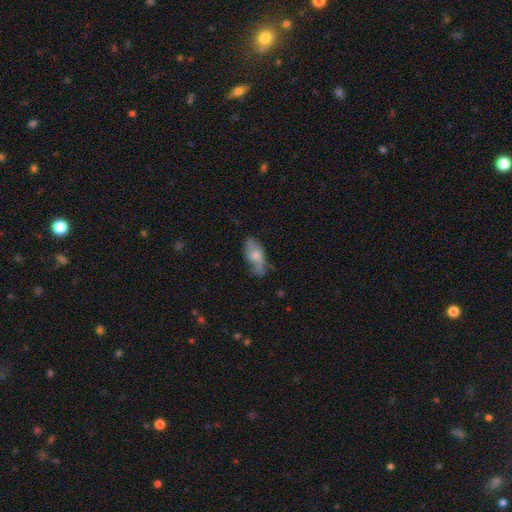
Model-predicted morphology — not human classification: Smooth or featured? smooth (59%)
How rounded? in between (87%)
Merging? none (50%)